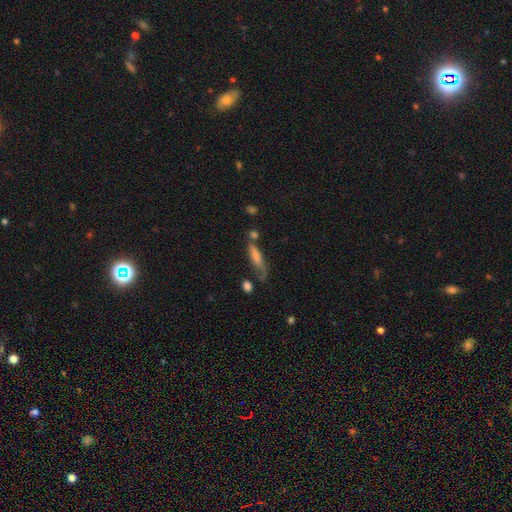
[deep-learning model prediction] Smooth or featured? smooth (53%)
How rounded? cigar-shaped (67%)
Merging? none (45%)